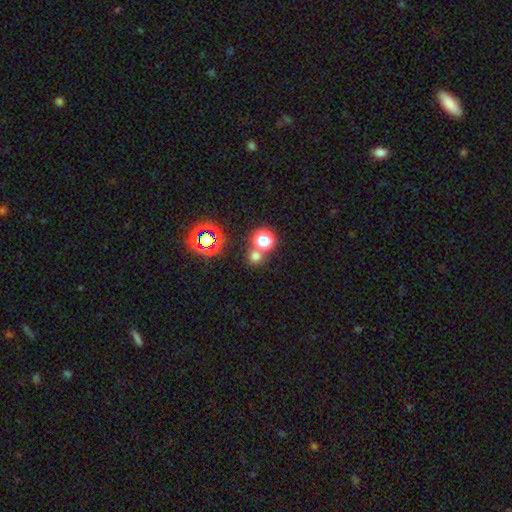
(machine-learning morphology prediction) A smooth galaxy with no disk features (64%) that is round (89%).

Vote fractions:
- Smooth or featured? smooth: 64% / star or artifact: 30% / featured or disk: 7%
- How rounded? round: 89% / in between: 10% / cigar-shaped: 1%
- Merging? none: 67% / merger: 23% / minor disturbance: 7% / major disturbance: 3%